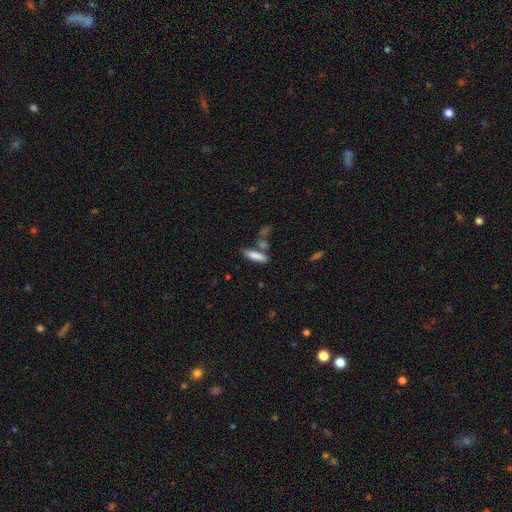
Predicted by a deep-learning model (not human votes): The model was most divided on "how rounded": cigar-shaped: 55%, in between: 43%, round: 2%. More confident: smooth or featured — smooth (82%); merging — none (62%).